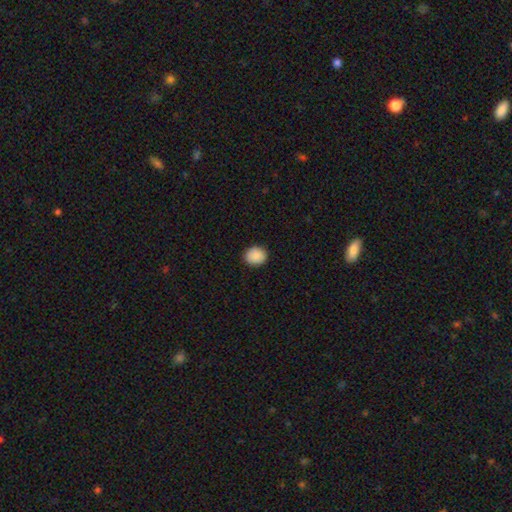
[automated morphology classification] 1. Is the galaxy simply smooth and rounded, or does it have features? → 89% smooth, 8% star or artifact, 3% featured or disk.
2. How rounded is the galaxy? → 78% round, 21% in between, 1% cigar-shaped.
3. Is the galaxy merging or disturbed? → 91% none, 6% minor disturbance, 2% major disturbance, 1% merger.